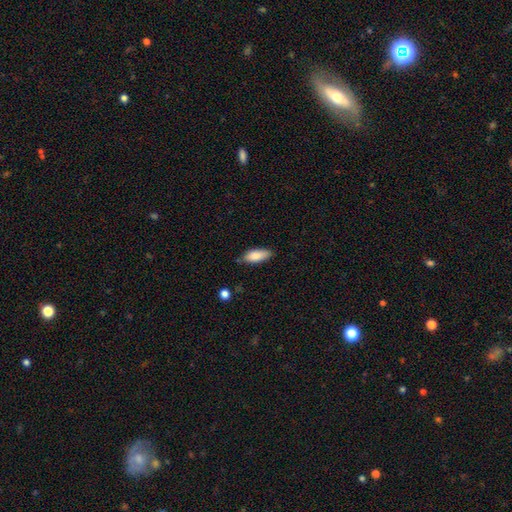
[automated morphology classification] This appears to be a smooth galaxy with no disk features (84%) that is in between round and cigar-shaped (78%). Merging: none (75%).